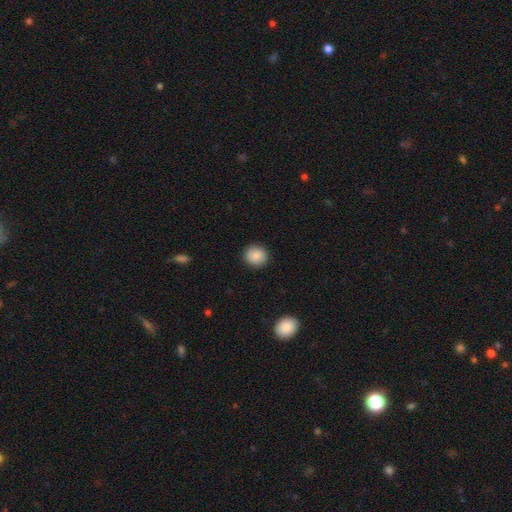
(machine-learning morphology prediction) smooth 85%, star or artifact 8%, featured or disk 7%. Down the decision tree: how rounded — round (85%); merging — none (90%).